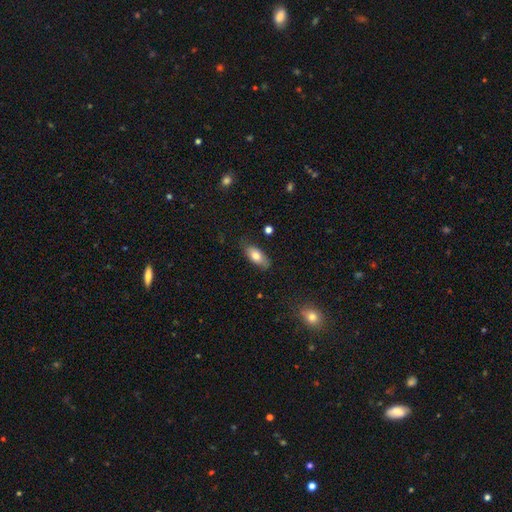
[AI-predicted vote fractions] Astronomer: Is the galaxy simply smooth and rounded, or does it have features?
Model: smooth — 75%.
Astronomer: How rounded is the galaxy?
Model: in between — 86%.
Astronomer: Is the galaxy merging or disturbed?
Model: none — 77%.